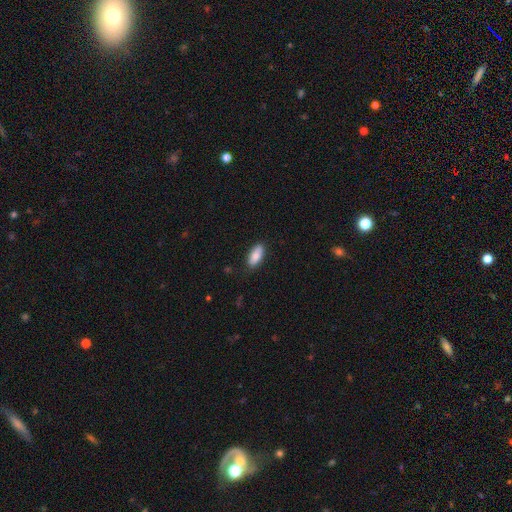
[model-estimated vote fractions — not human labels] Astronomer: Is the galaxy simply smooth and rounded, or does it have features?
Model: smooth — 84%.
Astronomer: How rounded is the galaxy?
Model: in between — 86%.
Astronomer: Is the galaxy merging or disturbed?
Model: none — 83%.